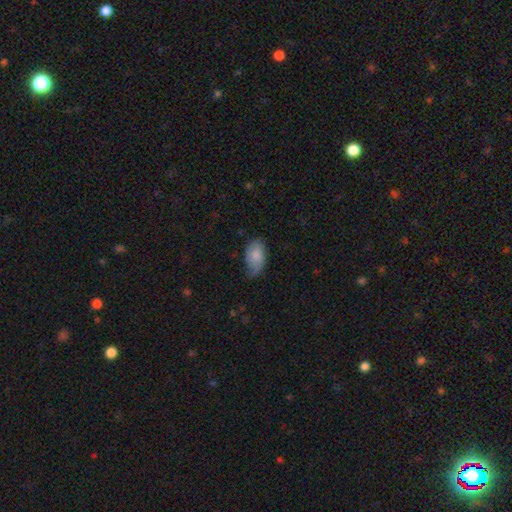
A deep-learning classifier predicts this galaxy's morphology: type=smooth (80%); roundness=in between (93%); merging=none (47%).